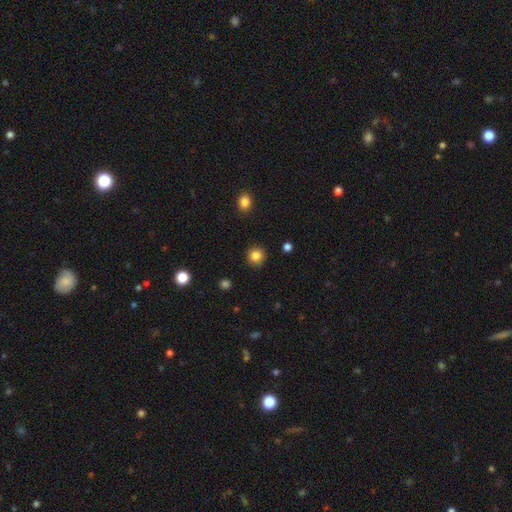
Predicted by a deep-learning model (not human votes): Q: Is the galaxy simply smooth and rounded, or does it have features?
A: smooth — 84%.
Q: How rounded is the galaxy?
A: round — 92%.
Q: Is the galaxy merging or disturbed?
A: none — 89%.